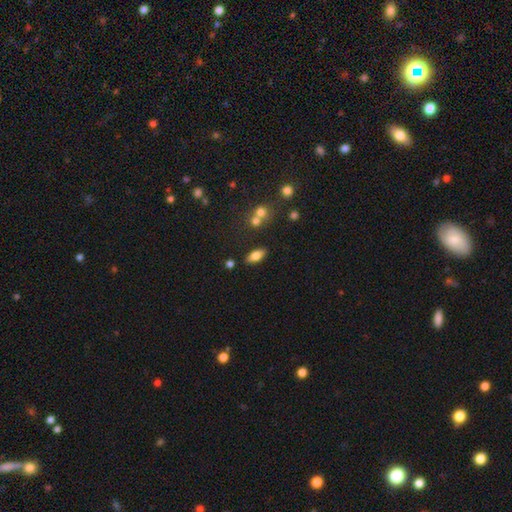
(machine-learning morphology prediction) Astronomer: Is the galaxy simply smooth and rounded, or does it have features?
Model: smooth — 74%.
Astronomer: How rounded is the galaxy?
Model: in between — 83%.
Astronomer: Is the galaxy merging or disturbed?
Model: none — 82%.